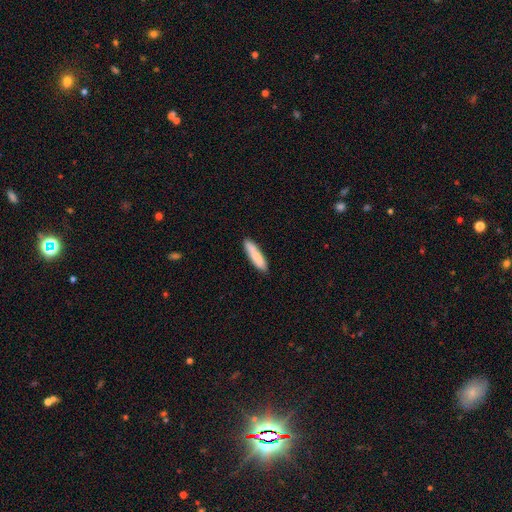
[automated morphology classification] smooth-or-featured: smooth: 81% | featured or disk: 14% | star or artifact: 5%
  how-rounded: cigar-shaped: 77% | in between: 21% | round: 1%
  merging: none: 85% | minor disturbance: 11% | major disturbance: 2% | merger: 2%